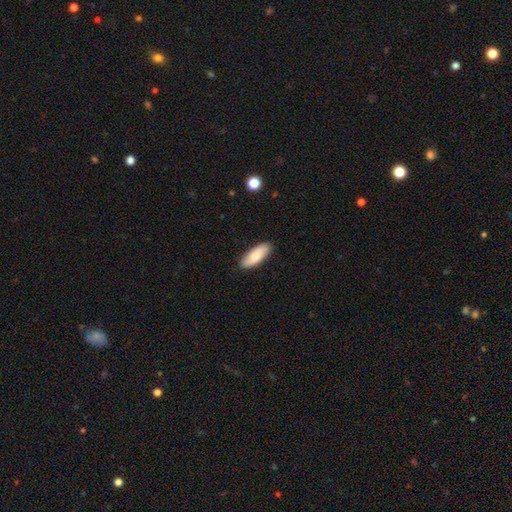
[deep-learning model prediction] This appears to be a smooth galaxy with no disk features (79%) that is in between round and cigar-shaped (74%). Merging: none (88%).